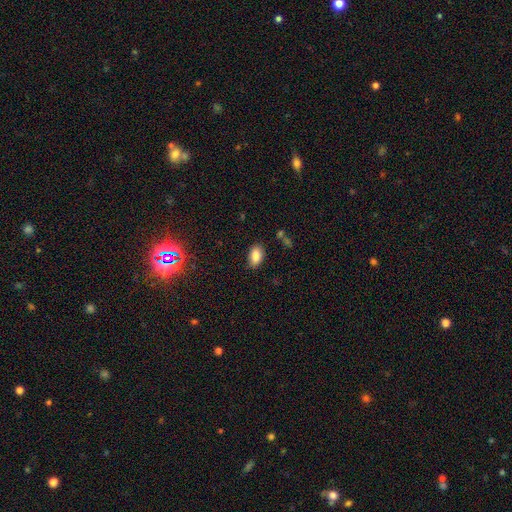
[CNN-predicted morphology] This appears to be a smooth galaxy with no disk features (85%) that is in between round and cigar-shaped (92%). Merging: none (84%).